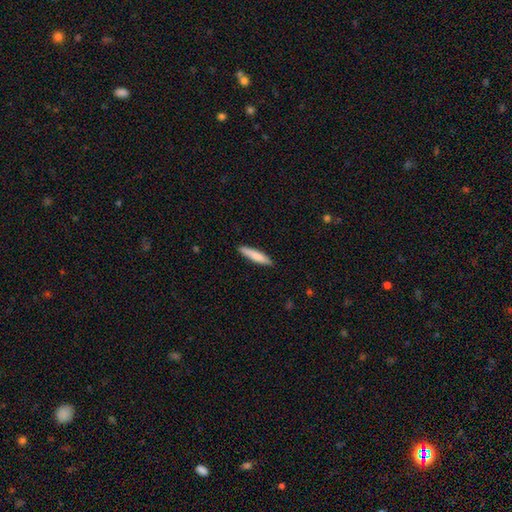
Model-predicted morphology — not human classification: type=smooth (79%); roundness=cigar-shaped (87%); merging=none (89%).